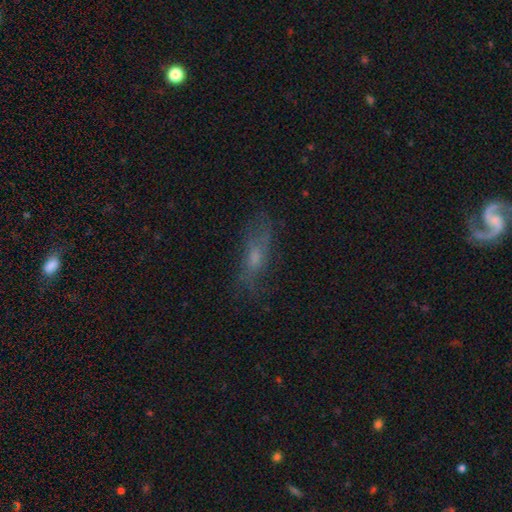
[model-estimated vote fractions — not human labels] Smooth or featured? smooth (48%)
Merging? none (62%)